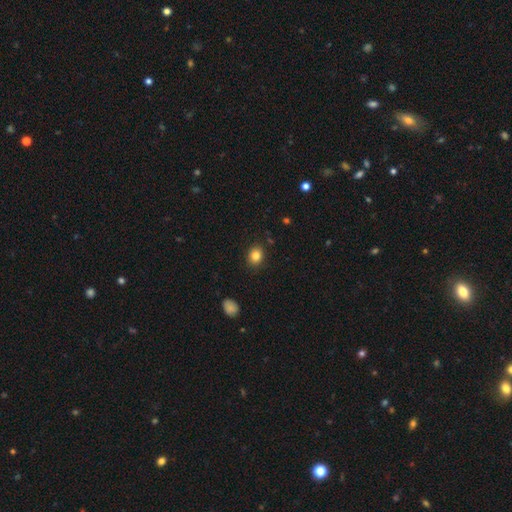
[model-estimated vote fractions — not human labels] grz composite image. It shows a smooth galaxy with no disk features (84%) that is round (60%). Merging: none (88%).